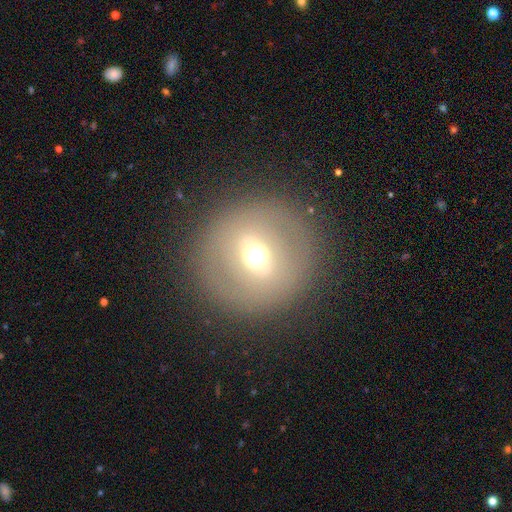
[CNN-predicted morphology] type=smooth (51%); roundness=round (91%); merging=none (85%).